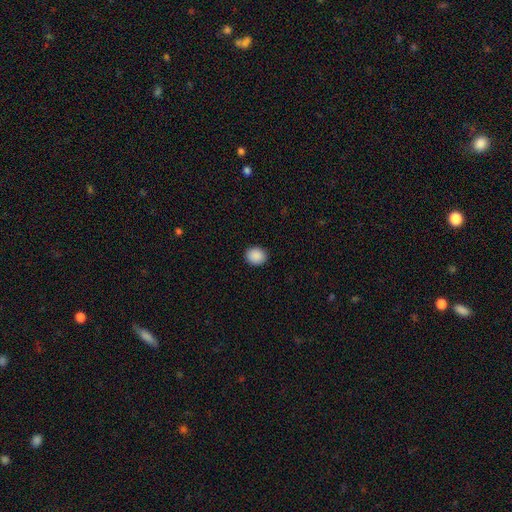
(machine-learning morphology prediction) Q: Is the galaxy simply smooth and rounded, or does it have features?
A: smooth — 90%.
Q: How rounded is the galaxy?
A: round — 74%.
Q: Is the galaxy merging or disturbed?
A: none — 92%.